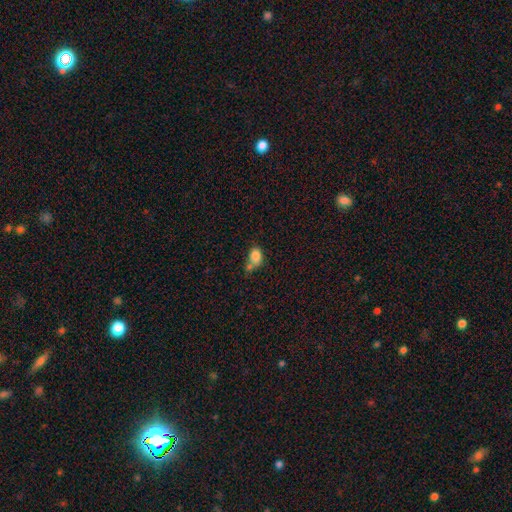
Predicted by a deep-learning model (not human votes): This is clearly a smooth galaxy (83%). How rounded: likely in between (73%). Merging: marginally none (39%).